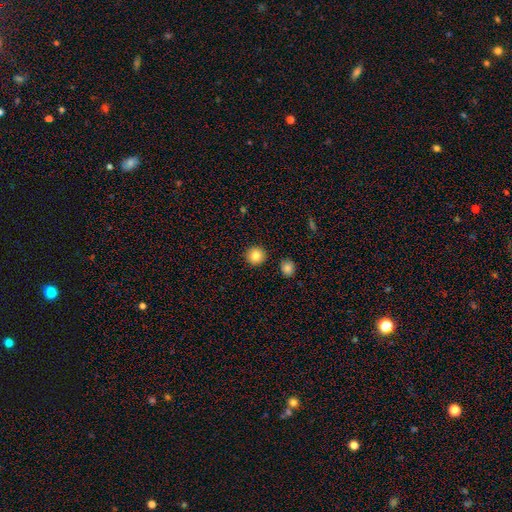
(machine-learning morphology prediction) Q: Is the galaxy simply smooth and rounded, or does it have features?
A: smooth — 84%.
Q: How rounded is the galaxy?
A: round — 95%.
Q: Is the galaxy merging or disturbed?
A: none — 91%.